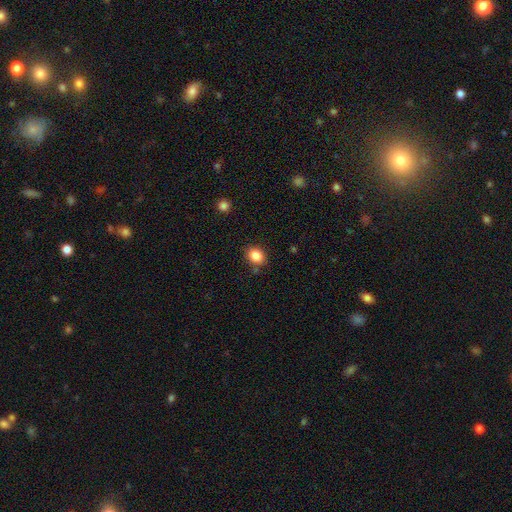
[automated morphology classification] Smooth or featured? Predicted: smooth (p=0.86). How rounded? Predicted: round (p=0.55). Merging? Predicted: none (p=0.82).